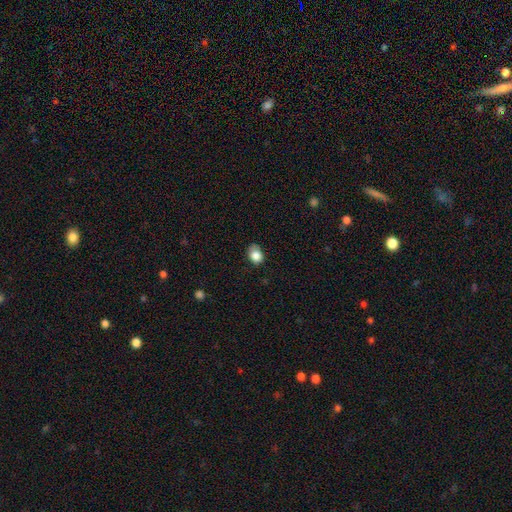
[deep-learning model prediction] smooth 84%, star or artifact 9%, featured or disk 7%. Down the decision tree: how rounded — in between (57%); merging — none (59%).